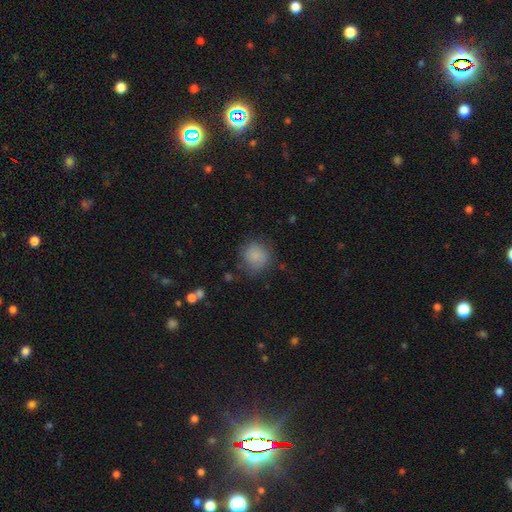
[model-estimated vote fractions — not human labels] Morphology: type=smooth (83%); roundness=round (87%); merging=none (72%).